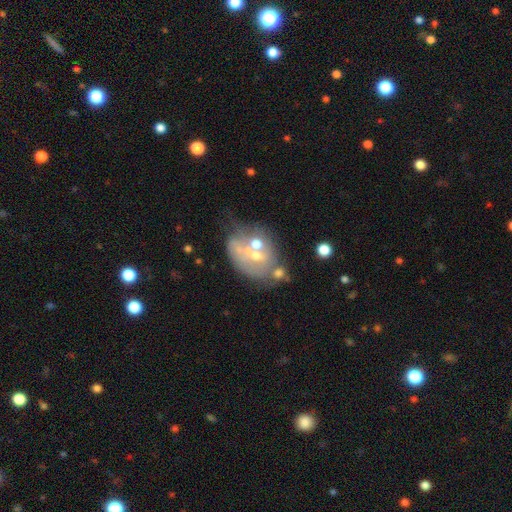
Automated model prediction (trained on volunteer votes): This appears to be a featured or disk galaxy (58%) with no bar (79%), no spiral arms (74%) and a small central bulge (45%). Merging: none (34%).